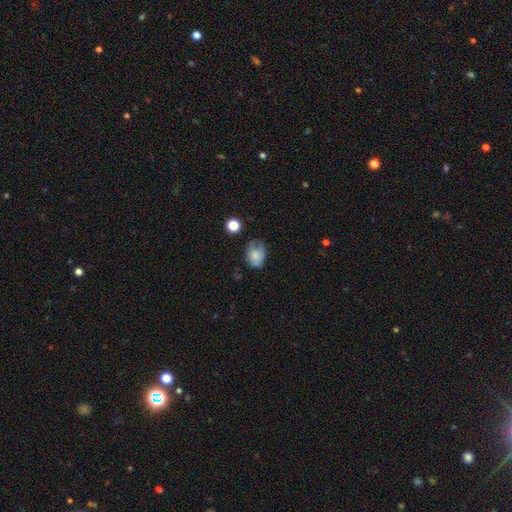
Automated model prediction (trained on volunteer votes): smooth 77%, featured or disk 14%, star or artifact 9%. Down the decision tree: how rounded — in between (70%); merging — none (54%).